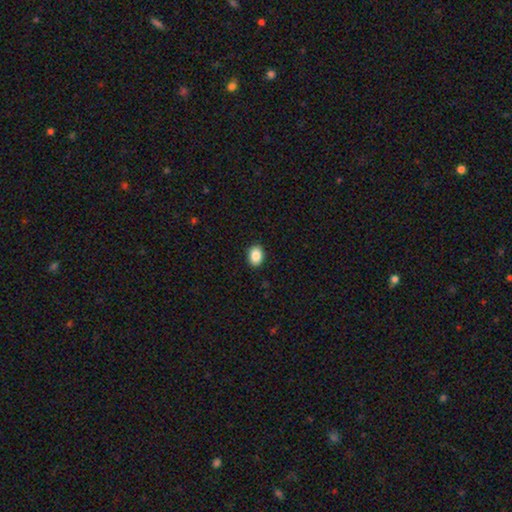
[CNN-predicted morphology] This appears to be a smooth galaxy with no disk features (88%) that is in between round and cigar-shaped (72%). Merging: none (91%).